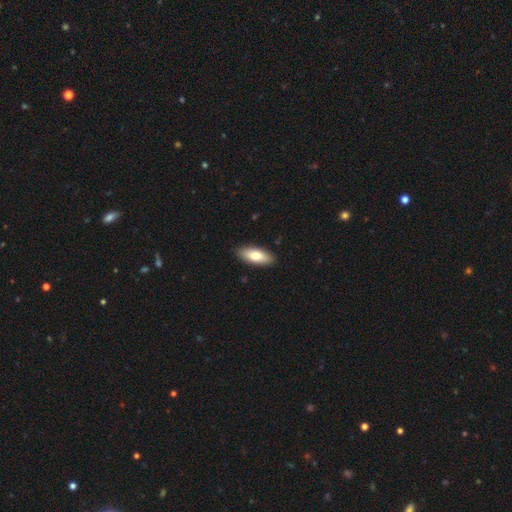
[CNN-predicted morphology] smooth-or-featured: smooth: 75% | featured or disk: 19% | star or artifact: 6%
  how-rounded: in between: 78% | cigar-shaped: 20% | round: 2%
  merging: none: 89% | minor disturbance: 8% | major disturbance: 2% | merger: 1%